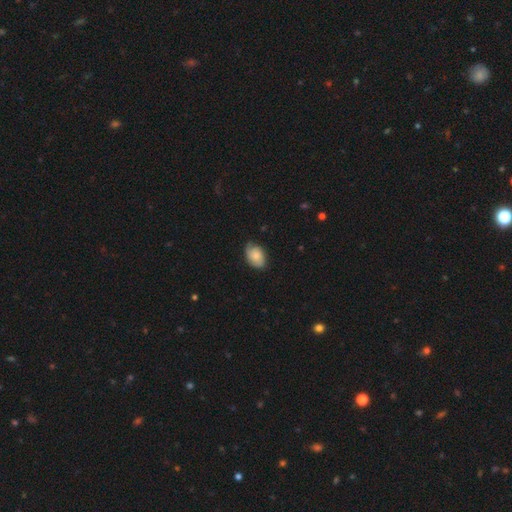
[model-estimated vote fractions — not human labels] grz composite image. It shows a smooth galaxy with no disk features (63%) that is in between round and cigar-shaped (84%). Merging: none (70%).